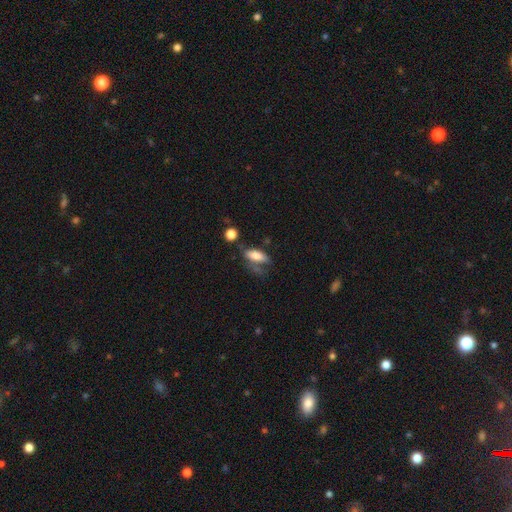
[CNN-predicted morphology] A smooth galaxy with no disk features (74%) that is in between round and cigar-shaped (75%). Merging: none (41%).